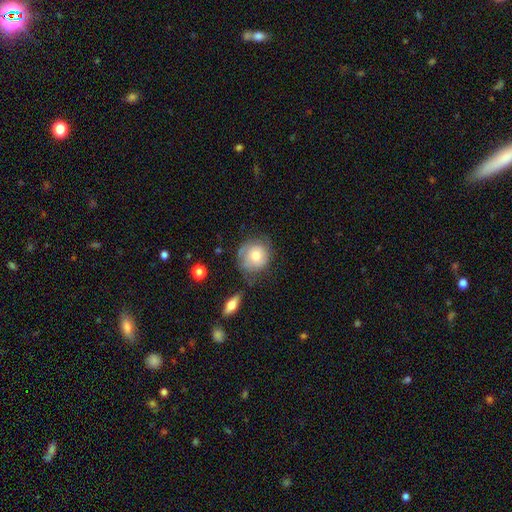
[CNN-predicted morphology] smooth_or_featured: smooth (p=0.50) [alt: featured or disk p=0.43]
merging: none (p=0.54) [alt: minor disturbance p=0.27]